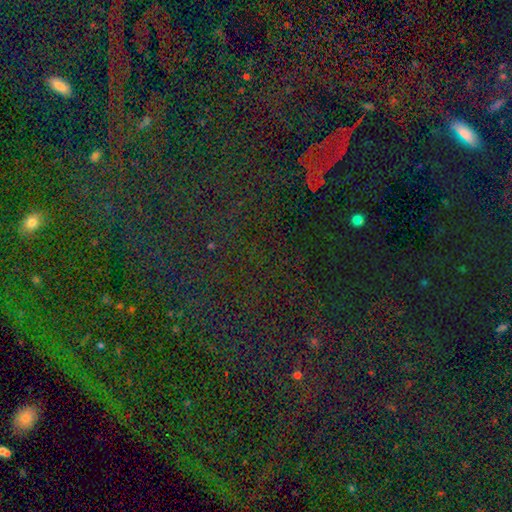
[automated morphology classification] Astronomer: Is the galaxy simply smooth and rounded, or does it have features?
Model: star or artifact — 79%.